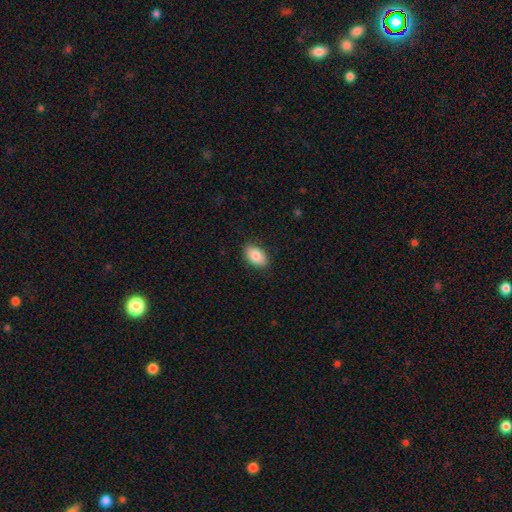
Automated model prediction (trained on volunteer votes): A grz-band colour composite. It shows a smooth galaxy with no disk features (84%) that is in between round and cigar-shaped (91%). Merging: none (87%).